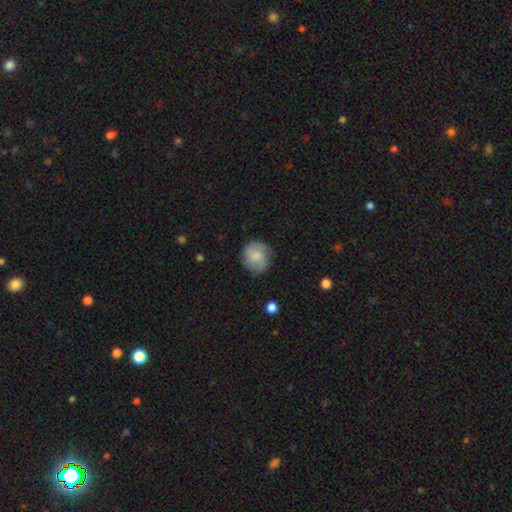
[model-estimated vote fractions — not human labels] A smooth galaxy with no disk features (58%) that is round (83%). Merging: none (76%).